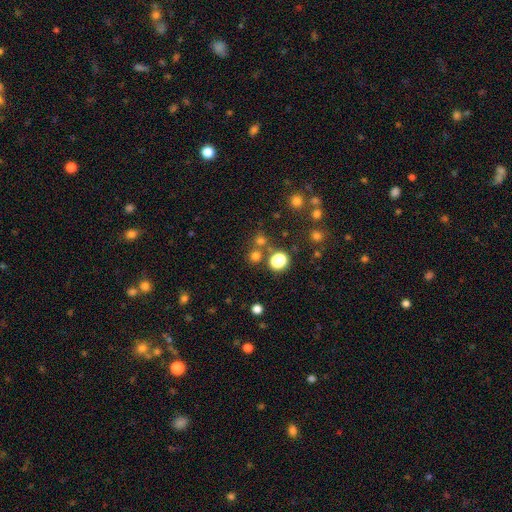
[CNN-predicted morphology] smooth-or-featured: smooth: 67% | star or artifact: 27% | featured or disk: 6%
  how-rounded: round: 90% | in between: 9% | cigar-shaped: 1%
  merging: none: 73% | merger: 16% | minor disturbance: 7% | major disturbance: 4%